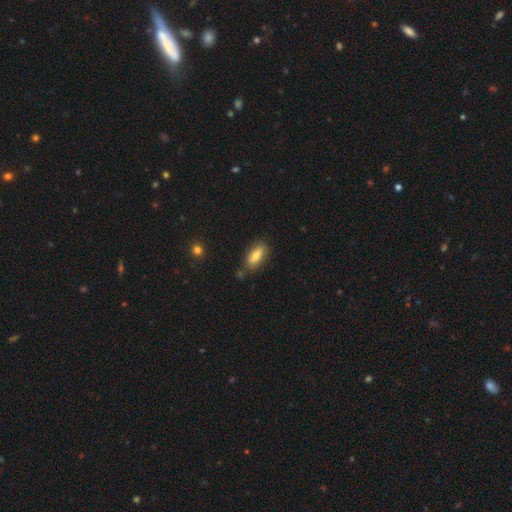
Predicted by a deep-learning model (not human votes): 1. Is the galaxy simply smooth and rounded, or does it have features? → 79% smooth, 14% featured or disk, 7% star or artifact.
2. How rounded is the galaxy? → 80% in between, 18% cigar-shaped, 3% round.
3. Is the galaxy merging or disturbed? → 75% none, 16% minor disturbance, 5% merger, 3% major disturbance.